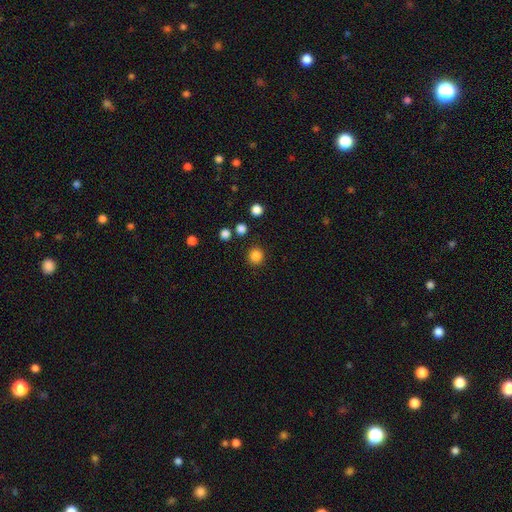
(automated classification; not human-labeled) smooth_or_featured: smooth (p=0.84) [alt: star or artifact p=0.12]
how_rounded: round (p=0.93) [alt: in between p=0.06]
merging: none (p=0.90) [alt: minor disturbance p=0.06]